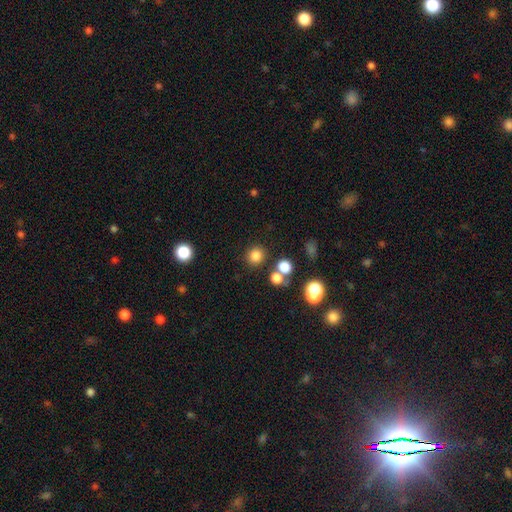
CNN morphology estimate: type=smooth (81%); roundness=round (90%); merging=none (83%).